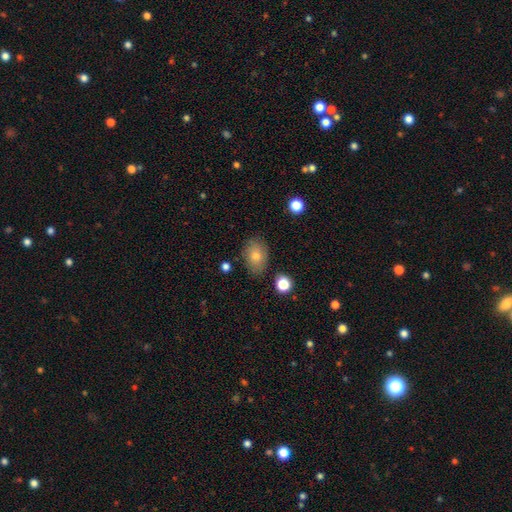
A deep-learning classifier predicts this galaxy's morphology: Smooth or featured? smooth (74%)
How rounded? in between (75%)
Merging? none (83%)